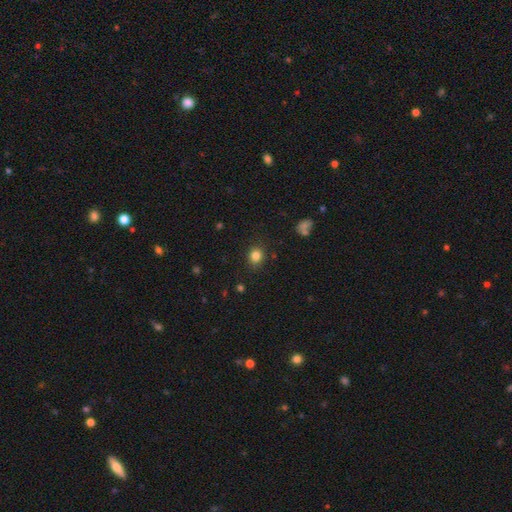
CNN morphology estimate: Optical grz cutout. It shows a smooth galaxy with no disk features (82%) that is round (74%). Merging: none (86%).